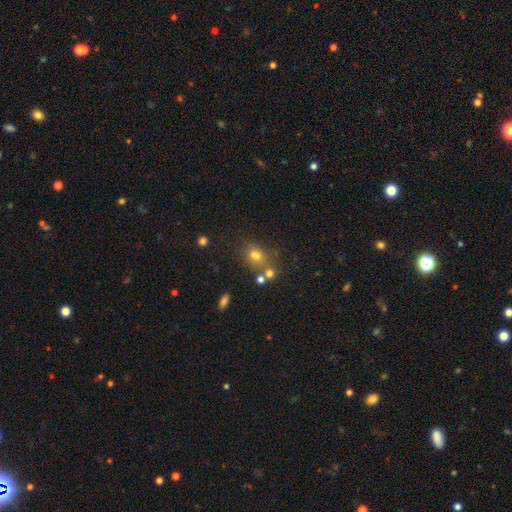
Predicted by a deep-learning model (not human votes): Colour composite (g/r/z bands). It shows a smooth galaxy with no disk features (68%) that is round (55%). Merging: none (57%).